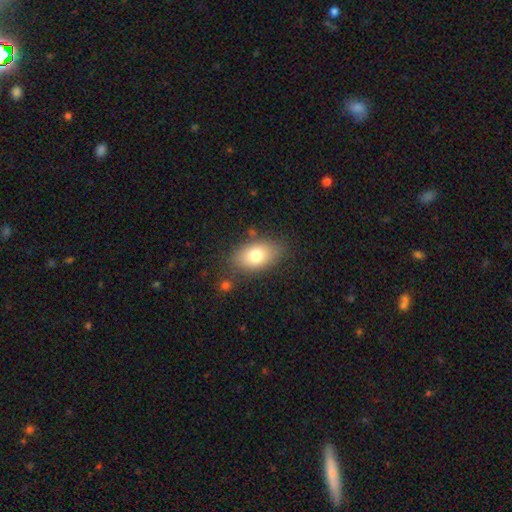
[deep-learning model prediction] smooth 77%, featured or disk 15%, star or artifact 8%. Down the decision tree: how rounded — in between (90%); merging — none (77%).